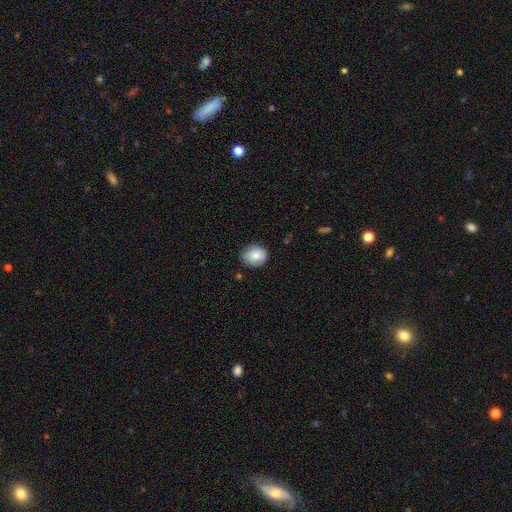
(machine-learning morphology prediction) smooth-or-featured: smooth: 76% | featured or disk: 16% | star or artifact: 8%
  how-rounded: round: 74% | in between: 25% | cigar-shaped: 1%
  merging: none: 76% | minor disturbance: 19% | major disturbance: 3% | merger: 1%